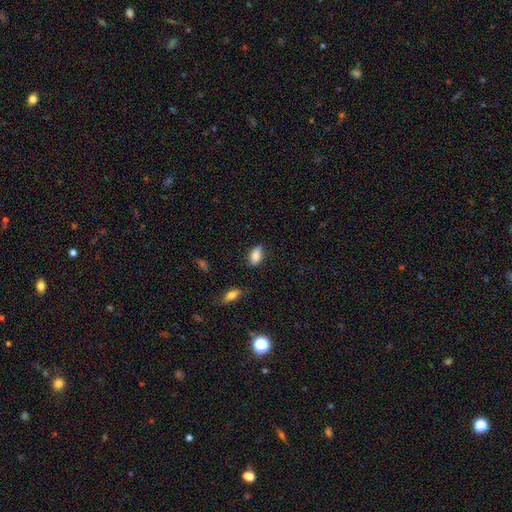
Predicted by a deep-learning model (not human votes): Overall: smooth (82%). How rounded: in between (87%). Merging: none (79%).